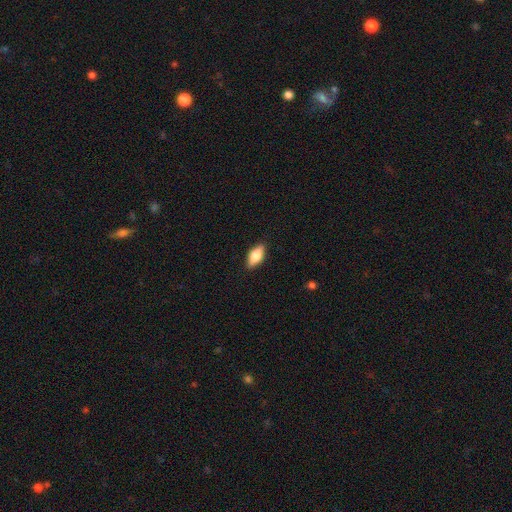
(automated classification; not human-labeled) smooth_or_featured: smooth (p=0.70) [alt: featured or disk p=0.23]
how_rounded: in between (p=0.84) [alt: cigar-shaped p=0.13]
merging: none (p=0.88) [alt: minor disturbance p=0.09]